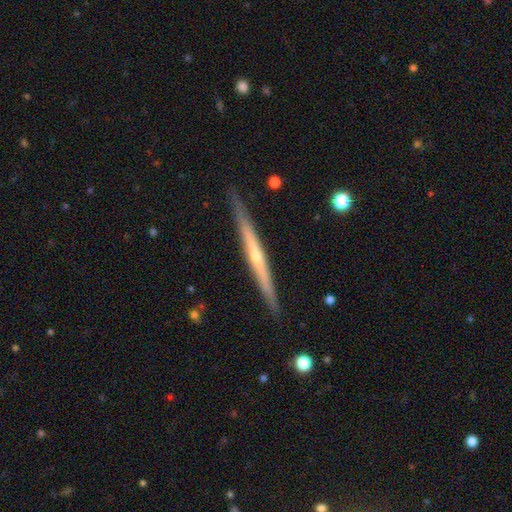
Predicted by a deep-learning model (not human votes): A featured or disk galaxy (70%) viewed edge-on (98%) with no central bulge (50%).

Vote fractions:
- Smooth or featured? featured or disk: 70% / smooth: 24% / star or artifact: 6%
- Edge-on disk? yes: 98% / no: 2%
- Edge-on bulge? none: 50% / rounded: 46% / boxy: 4%
- Merging? none: 89% / minor disturbance: 8% / major disturbance: 1% / merger: 1%